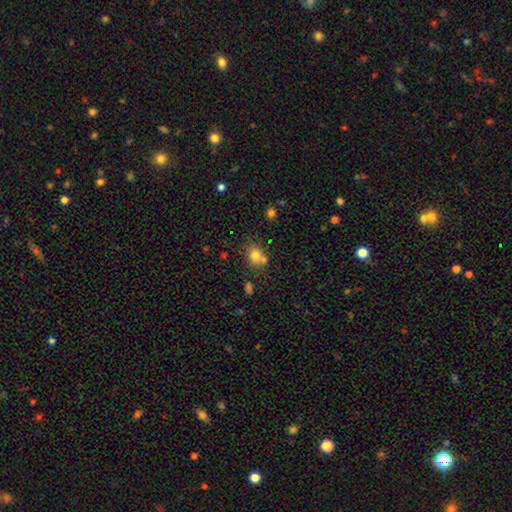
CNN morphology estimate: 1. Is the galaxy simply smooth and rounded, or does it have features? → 77% smooth, 13% star or artifact, 10% featured or disk.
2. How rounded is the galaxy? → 68% round, 31% in between, 1% cigar-shaped.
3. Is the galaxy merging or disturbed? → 56% none, 27% merger, 13% minor disturbance, 4% major disturbance.